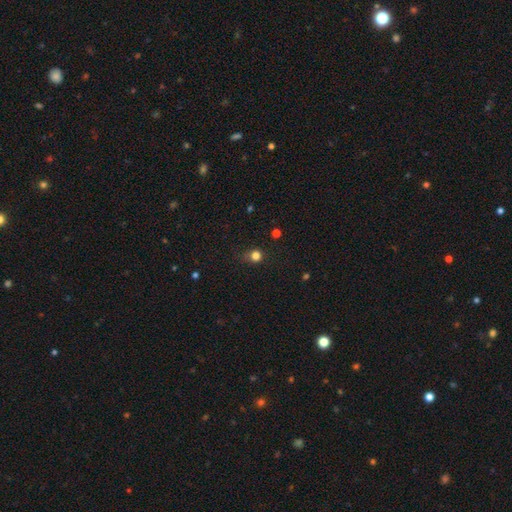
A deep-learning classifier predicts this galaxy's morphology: Q: Smooth or featured?
A: smooth (78%); runner-up: star or artifact (16%)
Q: How rounded?
A: round (84%); runner-up: in between (15%)
Q: Merging?
A: none (67%); runner-up: minor disturbance (22%)